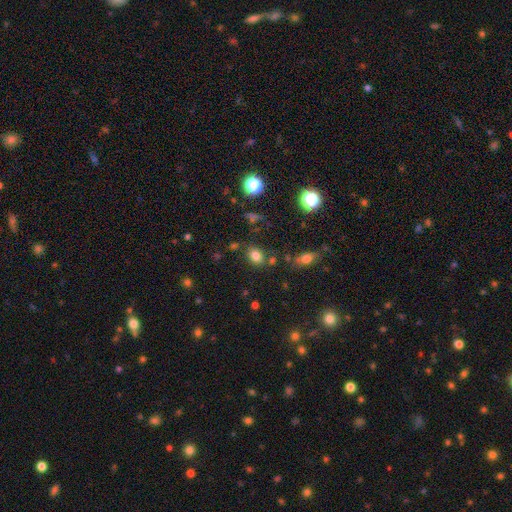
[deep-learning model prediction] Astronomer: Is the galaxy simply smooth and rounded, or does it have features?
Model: smooth — 79%.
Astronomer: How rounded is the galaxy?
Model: in between — 63%.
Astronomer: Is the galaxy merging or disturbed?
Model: none — 77%.